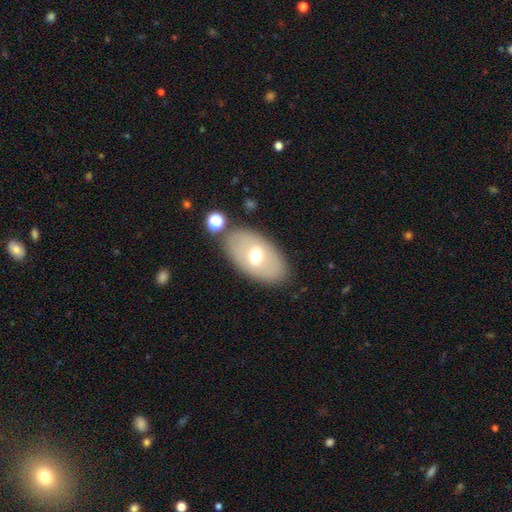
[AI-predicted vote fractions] A smooth galaxy with no disk features (58%) that is in between round and cigar-shaped (92%).

Vote fractions:
- Smooth or featured? smooth: 58% / featured or disk: 34% / star or artifact: 8%
- How rounded? in between: 92% / round: 6% / cigar-shaped: 2%
- Merging? none: 80% / minor disturbance: 11% / merger: 6% / major disturbance: 3%